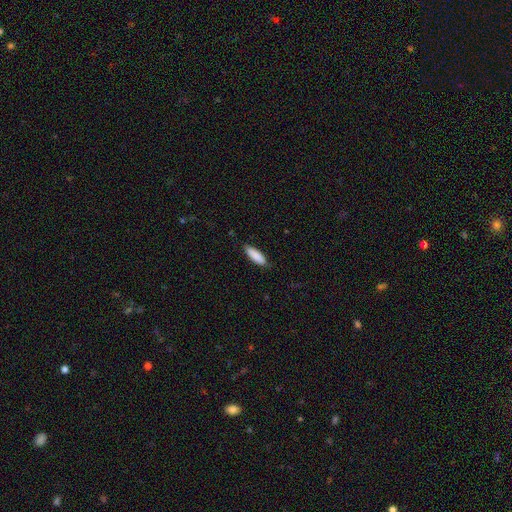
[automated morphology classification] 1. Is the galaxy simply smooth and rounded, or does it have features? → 88% smooth, 6% featured or disk, 6% star or artifact.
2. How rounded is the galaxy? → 50% cigar-shaped, 48% in between, 1% round.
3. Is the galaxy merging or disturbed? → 84% none, 13% minor disturbance, 2% major disturbance, 1% merger.